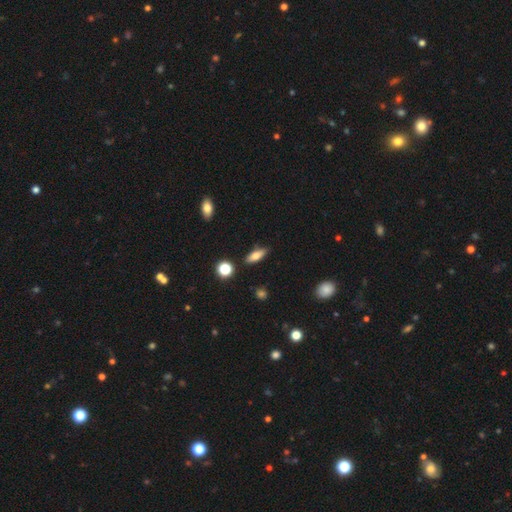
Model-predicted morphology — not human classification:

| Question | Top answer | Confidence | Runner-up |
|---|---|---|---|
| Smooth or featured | smooth | 68% | featured or disk (23%) |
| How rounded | in between | 62% | cigar-shaped (34%) |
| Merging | none | 83% | minor disturbance (12%) |